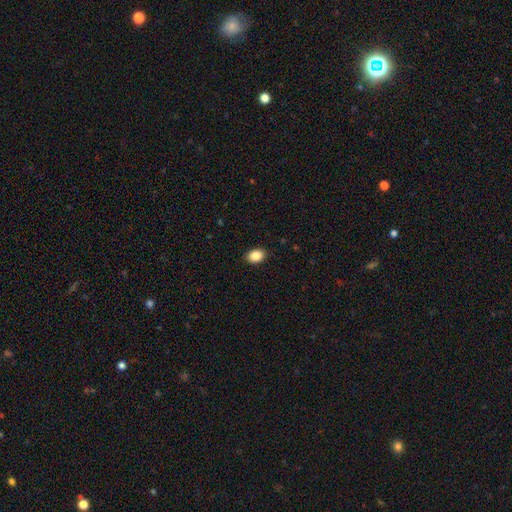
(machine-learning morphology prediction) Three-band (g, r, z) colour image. It shows a smooth galaxy with no disk features (87%) that is in between round and cigar-shaped (76%). Merging: none (90%).